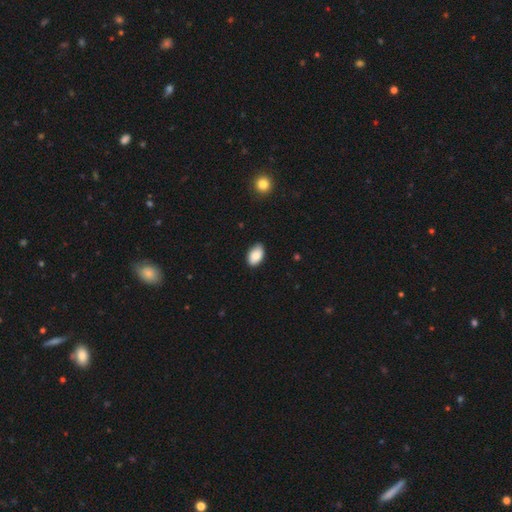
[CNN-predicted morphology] smooth 87%, star or artifact 7%, featured or disk 6%. Down the decision tree: how rounded — in between (93%); merging — none (84%).